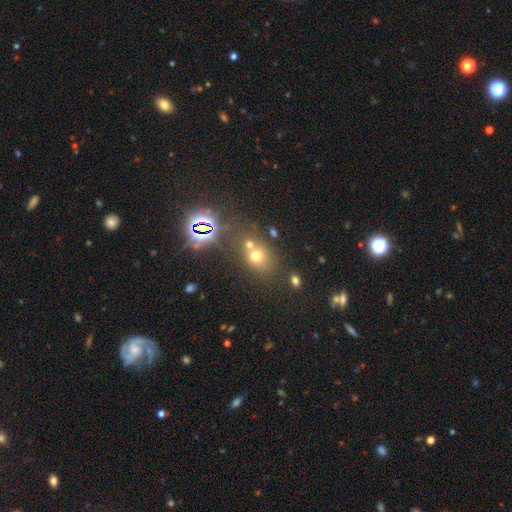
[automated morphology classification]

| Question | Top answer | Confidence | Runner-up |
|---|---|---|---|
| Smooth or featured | smooth | 61% | star or artifact (25%) |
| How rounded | round | 63% | in between (36%) |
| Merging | none | 50% | merger (33%) |